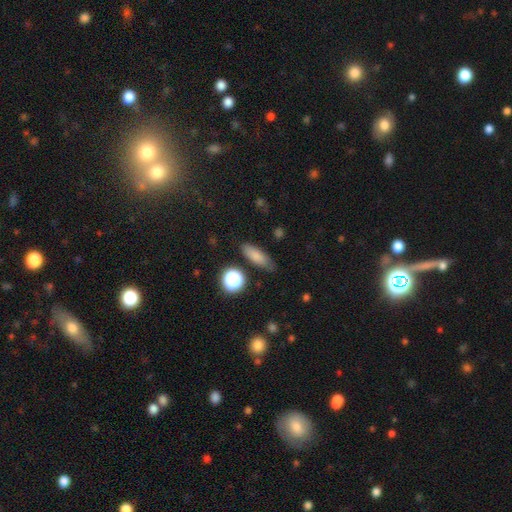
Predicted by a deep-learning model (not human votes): This appears to be a smooth galaxy with no disk features (79%) that is in between round and cigar-shaped (57%). Merging: none (76%).